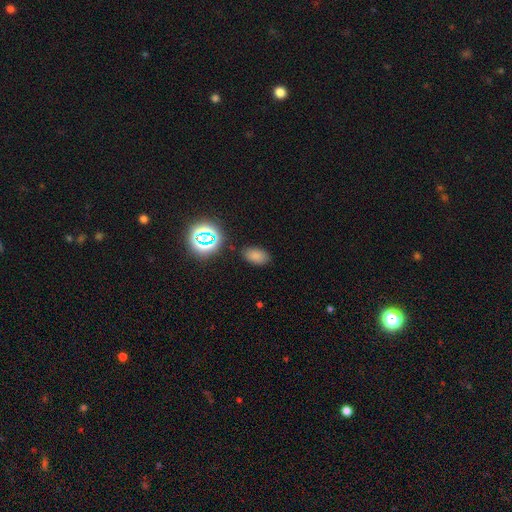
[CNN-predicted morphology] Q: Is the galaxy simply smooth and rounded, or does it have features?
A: smooth — 75%.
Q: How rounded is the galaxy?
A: in between — 89%.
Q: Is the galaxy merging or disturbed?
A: none — 84%.